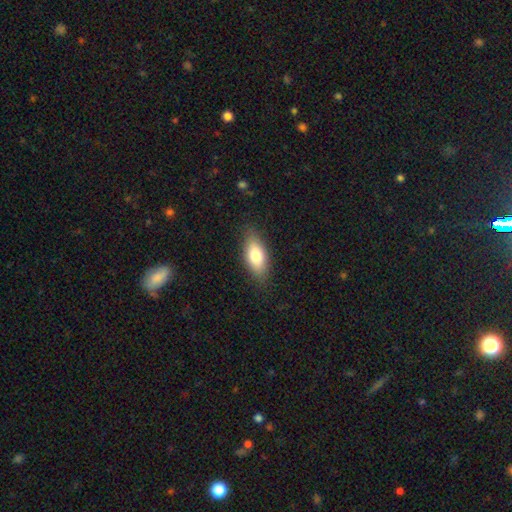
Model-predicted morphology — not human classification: smooth 77%, featured or disk 16%, star or artifact 7%. Down the decision tree: how rounded — in between (81%); merging — none (84%).